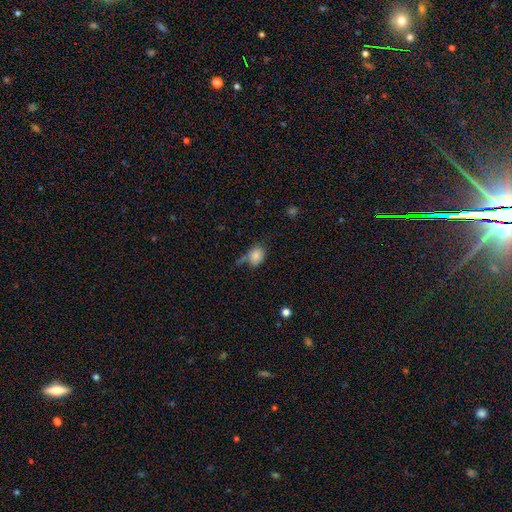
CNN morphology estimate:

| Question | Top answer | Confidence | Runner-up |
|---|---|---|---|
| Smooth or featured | smooth | 80% | featured or disk (10%) |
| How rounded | in between | 60% | round (38%) |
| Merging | none | 39% | minor disturbance (32%) |